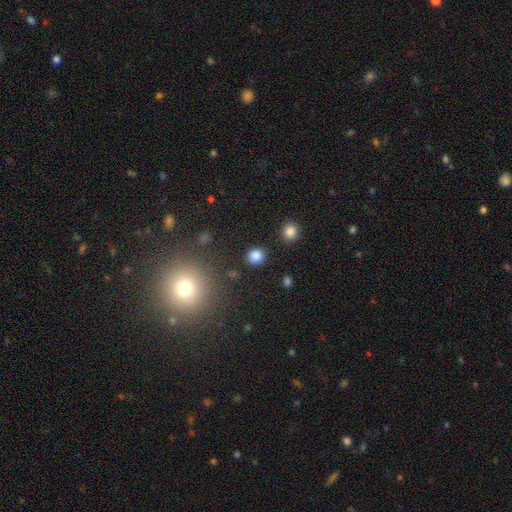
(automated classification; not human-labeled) smooth 84%, star or artifact 12%, featured or disk 4%. Down the decision tree: how rounded — round (84%); merging — none (87%).